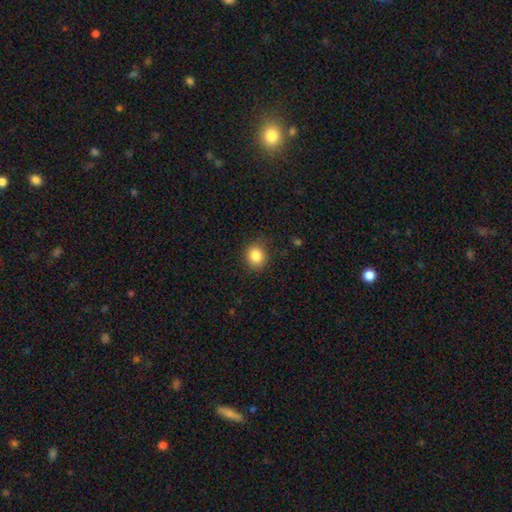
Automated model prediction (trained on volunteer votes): Smooth or featured? smooth (85%)
How rounded? round (80%)
Merging? none (84%)